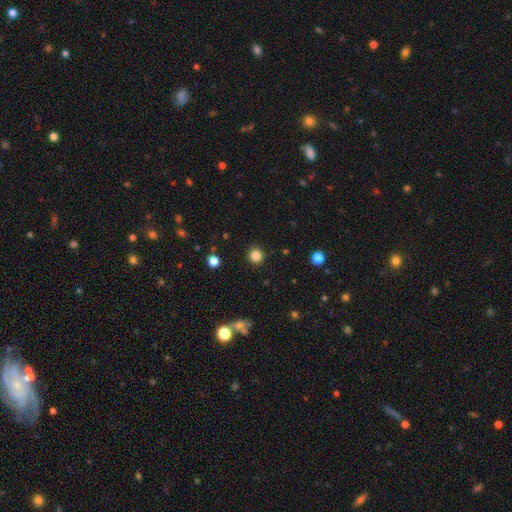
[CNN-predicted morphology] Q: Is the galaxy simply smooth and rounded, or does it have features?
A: smooth — 83%.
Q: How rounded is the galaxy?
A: round — 93%.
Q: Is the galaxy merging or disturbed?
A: none — 92%.